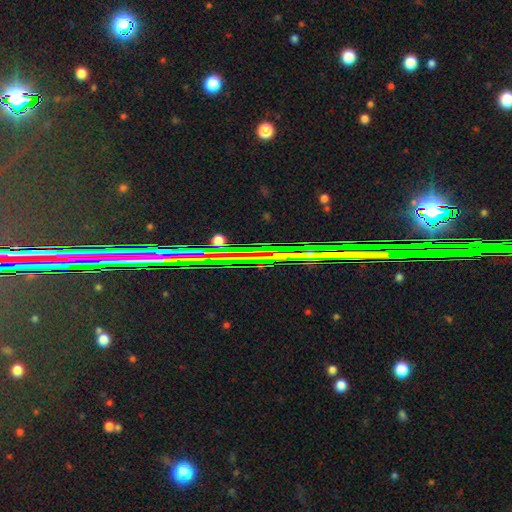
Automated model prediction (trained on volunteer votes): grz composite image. It shows a star or artifact, not a galaxy (78%).